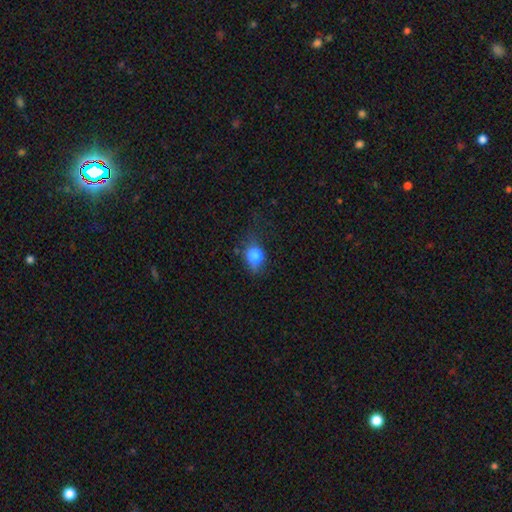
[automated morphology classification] A smooth galaxy with no disk features (78%) that is round (61%).

Vote fractions:
- Smooth or featured? smooth: 78% / star or artifact: 12% / featured or disk: 10%
- How rounded? round: 61% / in between: 37% / cigar-shaped: 2%
- Merging? none: 53% / minor disturbance: 29% / major disturbance: 15% / merger: 2%